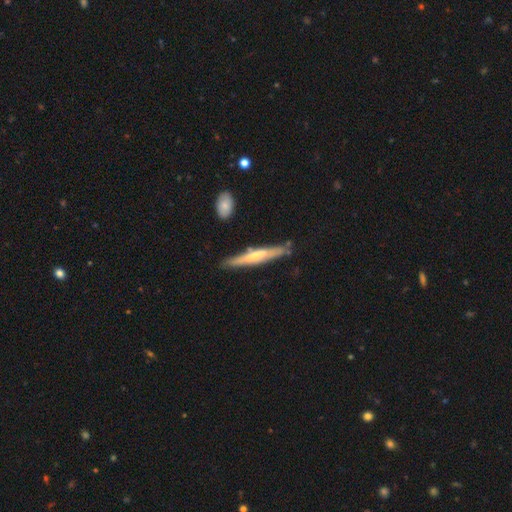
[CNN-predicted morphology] Smooth or featured?
  - featured or disk: 52% *
  - smooth: 43%
  - star or artifact: 5%
Edge-on disk?
  - yes: 89% *
  - no: 11%
Merging?
  - none: 78% *
  - minor disturbance: 14%
  - merger: 4%
  - major disturbance: 3%